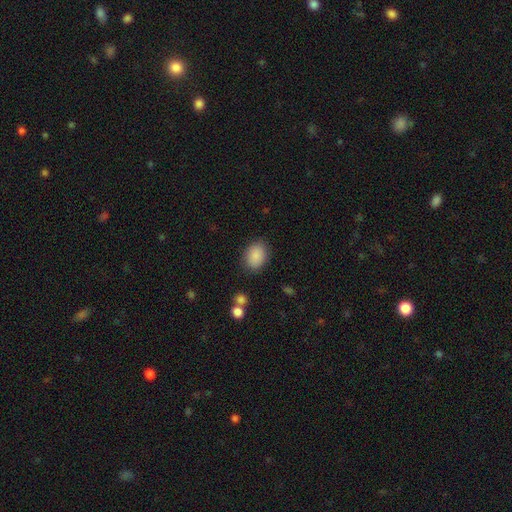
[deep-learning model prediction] This appears to be a smooth galaxy with no disk features (88%) that is in between round and cigar-shaped (71%). Merging: none (84%).